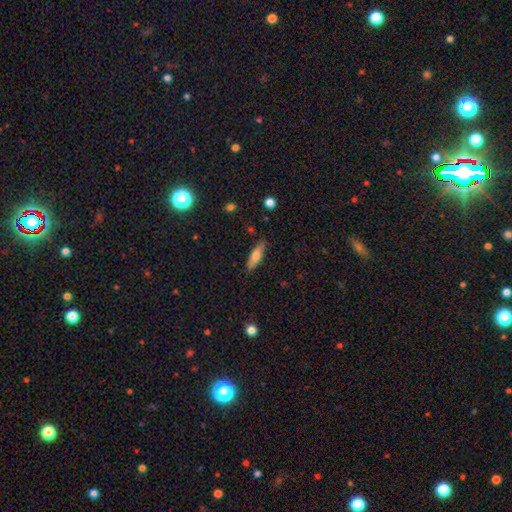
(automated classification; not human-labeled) Overall: smooth (69%). How rounded: cigar-shaped (53%; in between 45%). Merging: none (85%).